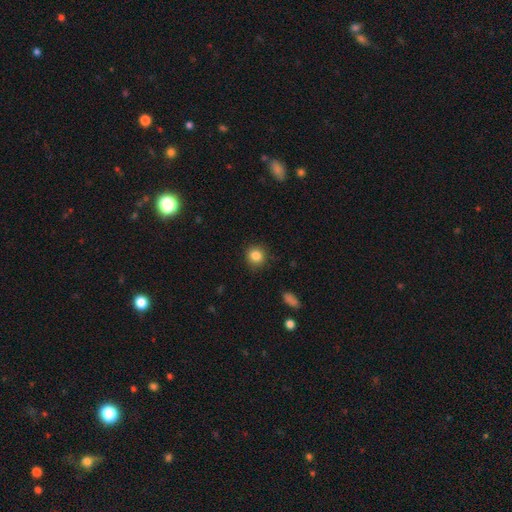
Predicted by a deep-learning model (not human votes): This is clearly a smooth galaxy (84%). How rounded: clearly round (88%). Merging: clearly none (87%).